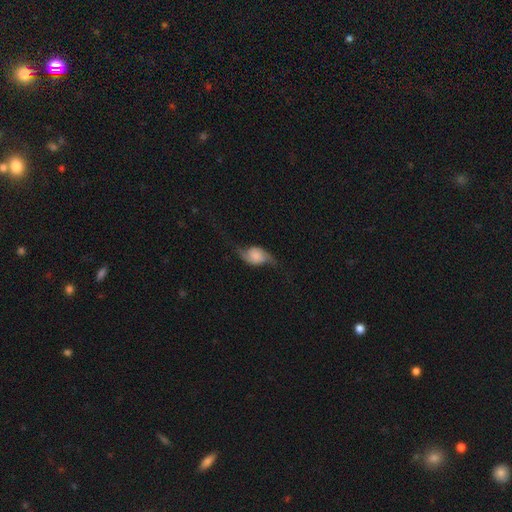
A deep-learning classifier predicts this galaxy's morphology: Smooth or featured: featured or disk — 69% (smooth — 23%)
Edge-on disk: no — 93% (yes — 7%)
Bar: no — 68% (weak — 24%)
Spiral arms: yes — 93% (no — 7%)
Spiral winding: loose — 78% (medium — 16%)
Spiral arm count: 2 — 92% (can't tell — 2%)
Bulge size: none — 29% (large — 20%)
Merging: none — 63% (minor disturbance — 21%)